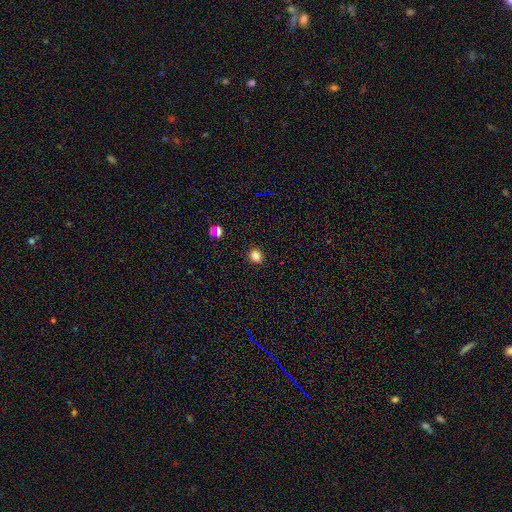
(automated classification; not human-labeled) A smooth galaxy with no disk features (81%) that is round (76%). Merging: none (90%).